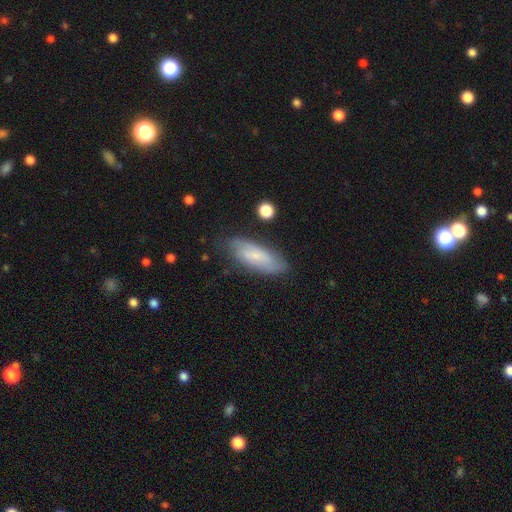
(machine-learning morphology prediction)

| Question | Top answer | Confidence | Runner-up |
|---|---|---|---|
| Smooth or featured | smooth | 56% | featured or disk (37%) |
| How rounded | in between | 68% | cigar-shaped (30%) |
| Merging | none | 77% | minor disturbance (17%) |